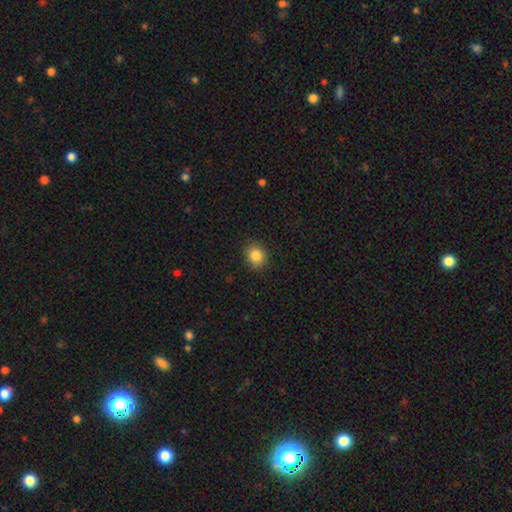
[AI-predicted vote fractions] This is clearly a smooth galaxy (84%). How rounded: likely round (70%). Merging: clearly none (88%).